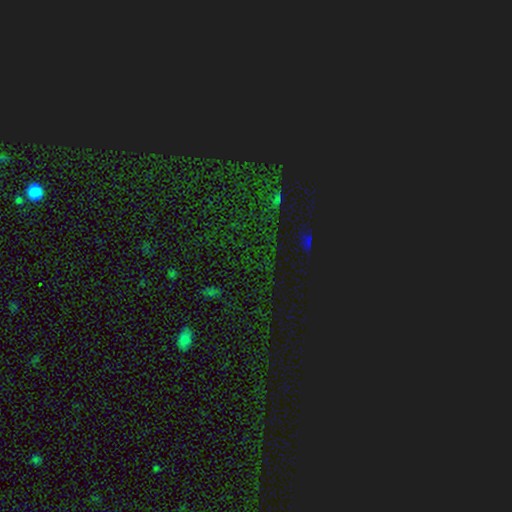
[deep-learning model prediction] smooth-or-featured: star or artifact: 78% | smooth: 15% | featured or disk: 7%